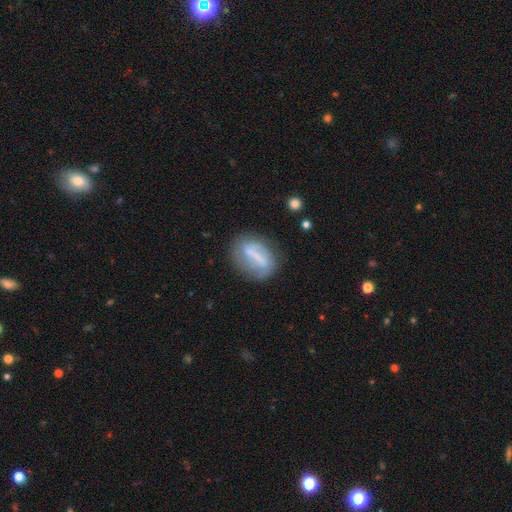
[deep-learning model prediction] A featured or disk galaxy (55%). Merging: none (68%).